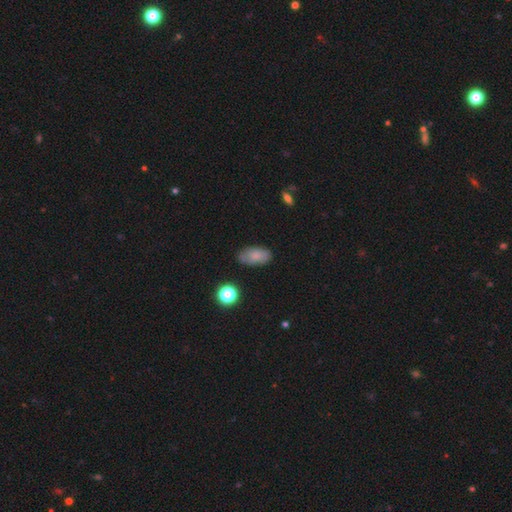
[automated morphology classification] Smooth or featured? Predicted: smooth (p=0.77). How rounded? Predicted: in between (p=0.91). Merging? Predicted: none (p=0.76).